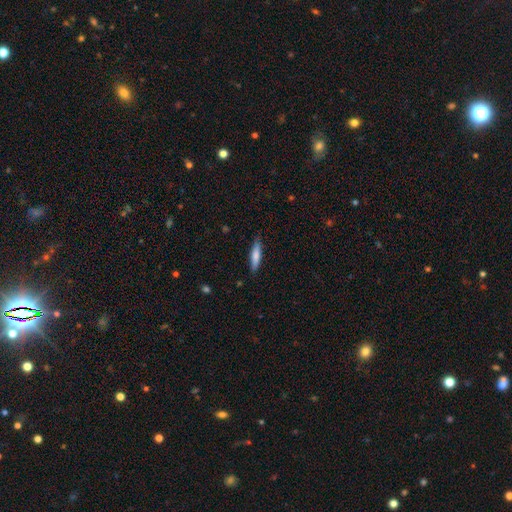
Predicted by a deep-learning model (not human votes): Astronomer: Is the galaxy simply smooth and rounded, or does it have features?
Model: smooth — 77%.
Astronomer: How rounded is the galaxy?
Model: cigar-shaped — 79%.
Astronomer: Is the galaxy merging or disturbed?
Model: none — 86%.